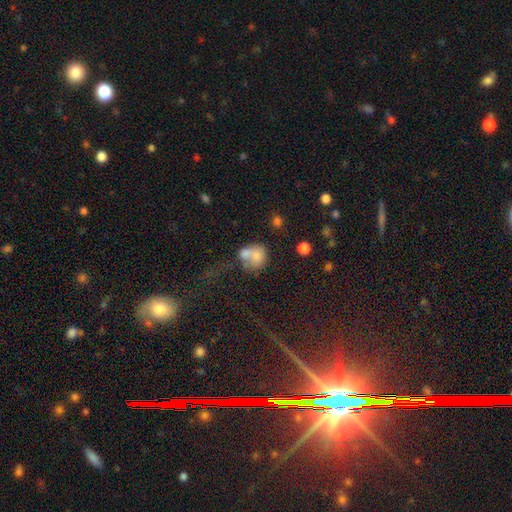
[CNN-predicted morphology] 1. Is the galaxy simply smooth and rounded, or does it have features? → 70% smooth, 19% featured or disk, 11% star or artifact.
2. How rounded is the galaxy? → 60% round, 39% in between, 1% cigar-shaped.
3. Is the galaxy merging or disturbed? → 55% merger, 24% none, 11% minor disturbance, 10% major disturbance.